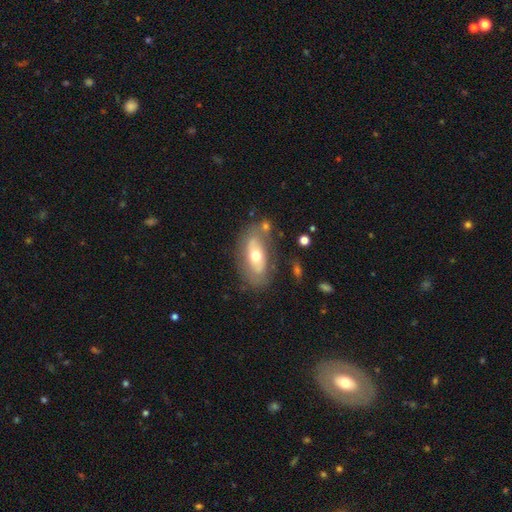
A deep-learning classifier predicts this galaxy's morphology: The model was most divided on "smooth or featured": featured or disk: 47%, smooth: 46%, star or artifact: 7%. More confident: merging — none (69%).